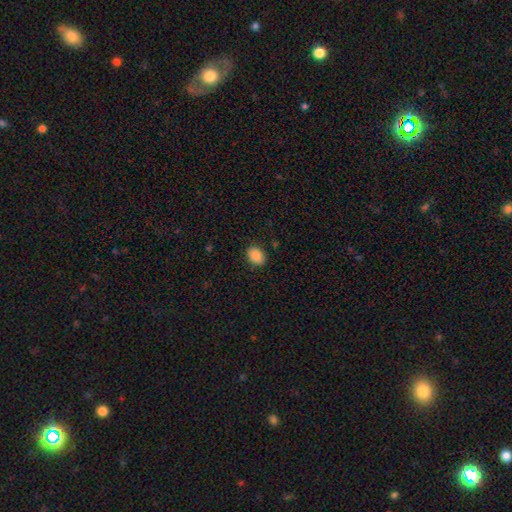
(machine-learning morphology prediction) Q: Smooth or featured?
A: smooth (88%); runner-up: star or artifact (8%)
Q: How rounded?
A: in between (67%); runner-up: round (32%)
Q: Merging?
A: none (88%); runner-up: minor disturbance (9%)